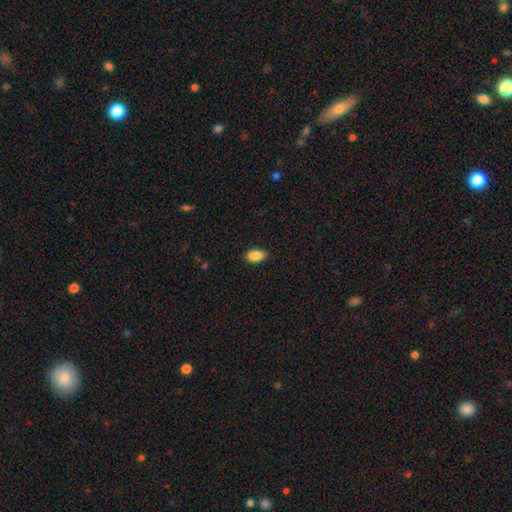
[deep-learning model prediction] A smooth galaxy with no disk features (89%) that is in between round and cigar-shaped (92%). Merging: none (81%).